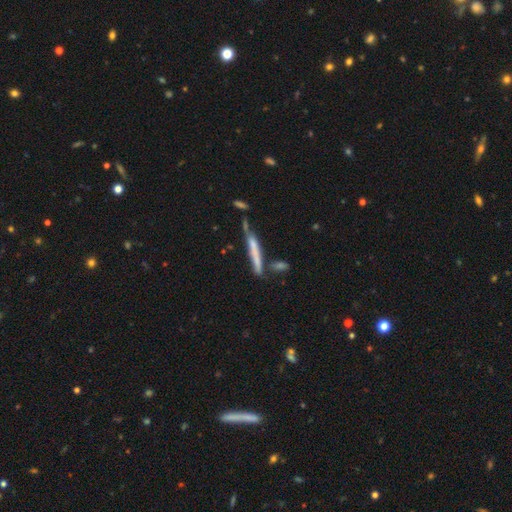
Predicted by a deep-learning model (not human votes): smooth 52%, featured or disk 40%, star or artifact 8%. Down the decision tree: how rounded — cigar-shaped (93%); merging — none (50%).